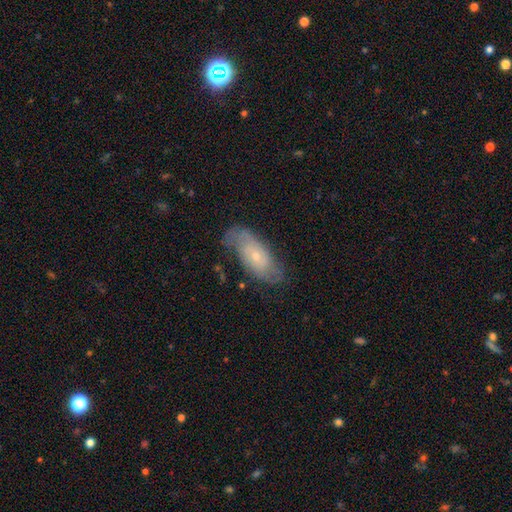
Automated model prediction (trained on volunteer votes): Smooth or featured: featured or disk — 65% (smooth — 28%)
Edge-on disk: no — 91% (yes — 9%)
Bar: no — 74% (weak — 22%)
Spiral arms: yes — 84% (no — 16%)
Bulge size: small — 69% (moderate — 26%)
Merging: none — 65% (minor disturbance — 23%)